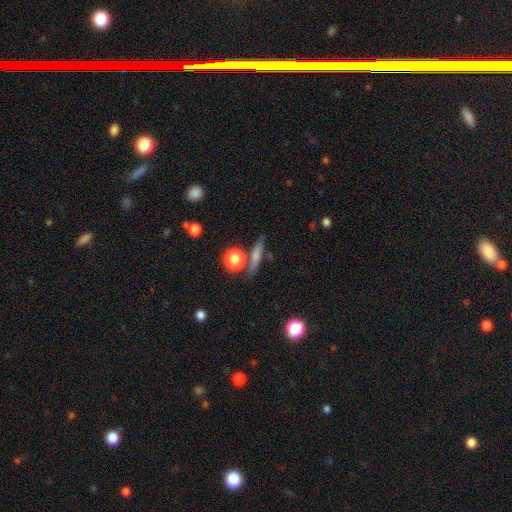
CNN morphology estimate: smooth_or_featured: smooth (p=0.61) [alt: featured or disk p=0.28]
how_rounded: cigar-shaped (p=0.70) [alt: round p=0.16]
merging: none (p=0.76) [alt: minor disturbance p=0.12]